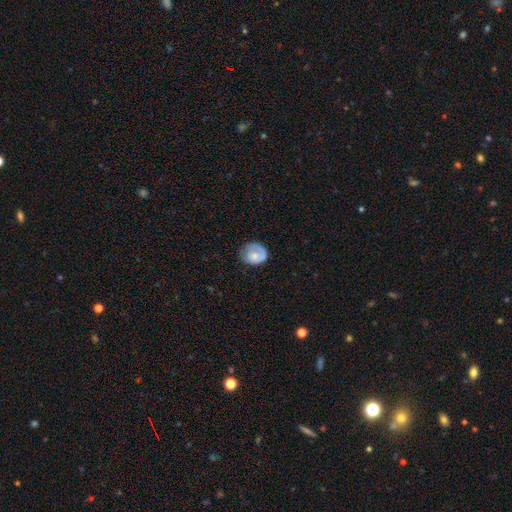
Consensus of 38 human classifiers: Morphology: type=smooth (58%); roundness=in between (64%); merging=none (68%).